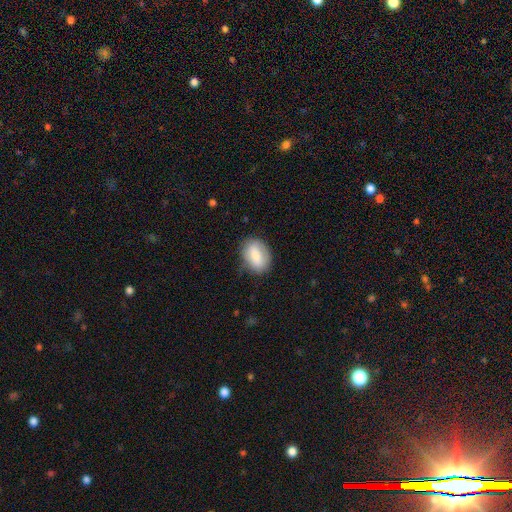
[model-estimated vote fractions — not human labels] The model was most divided on "how rounded": in between: 76%, round: 22%, cigar-shaped: 1%. More confident: merging — none (76%); smooth or featured — smooth (75%).